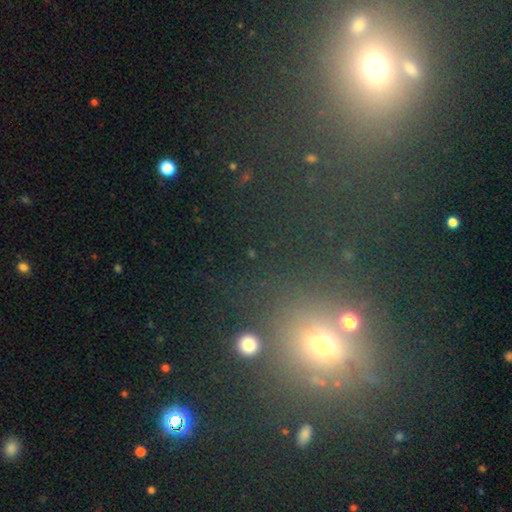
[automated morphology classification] A star or artifact, not a galaxy (52%).

Vote fractions:
- Smooth or featured? star or artifact: 52% / smooth: 35% / featured or disk: 13%